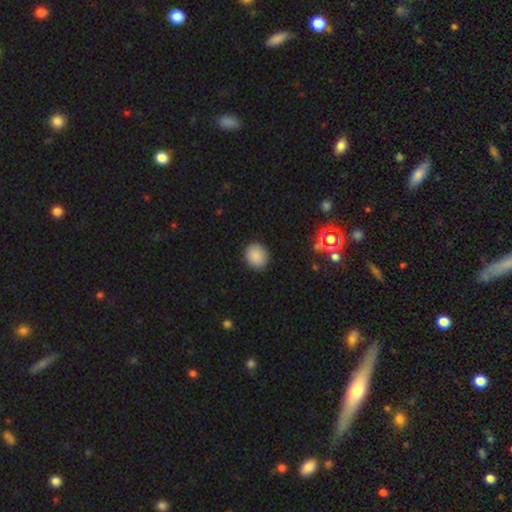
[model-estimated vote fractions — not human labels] Overall: smooth (87%). How rounded: round (69%; in between 30%). Merging: none (90%).